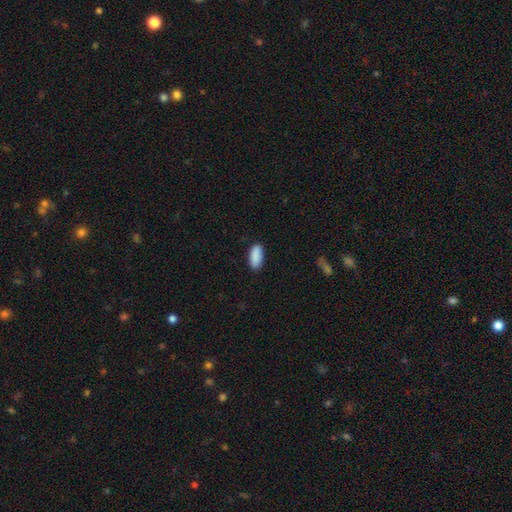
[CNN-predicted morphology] smooth_or_featured: smooth (p=0.90) [alt: star or artifact p=0.06]
how_rounded: in between (p=0.86) [alt: cigar-shaped p=0.12]
merging: none (p=0.87) [alt: minor disturbance p=0.10]